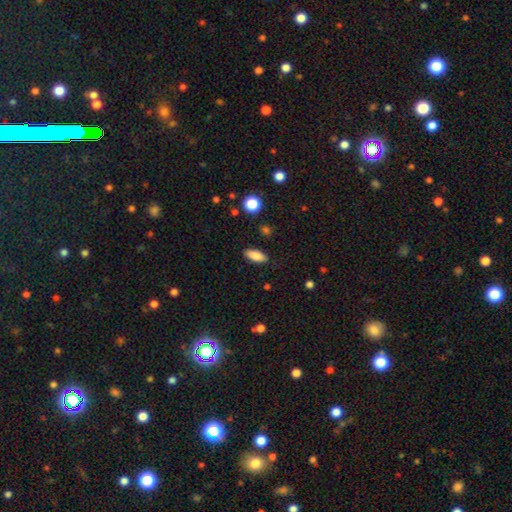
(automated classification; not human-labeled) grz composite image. It shows a smooth galaxy with no disk features (86%) that is in between round and cigar-shaped (82%). Merging: none (86%).